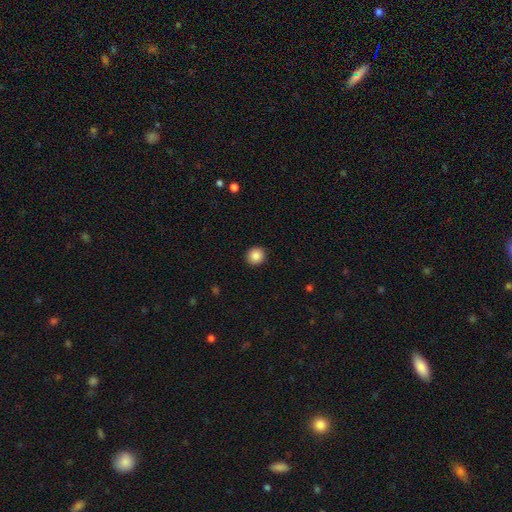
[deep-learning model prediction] A smooth galaxy with no disk features (88%) that is round (91%).

Vote fractions:
- Smooth or featured? smooth: 88% / star or artifact: 9% / featured or disk: 3%
- How rounded? round: 91% / in between: 8% / cigar-shaped: 1%
- Merging? none: 93% / minor disturbance: 5% / major disturbance: 2% / merger: 1%